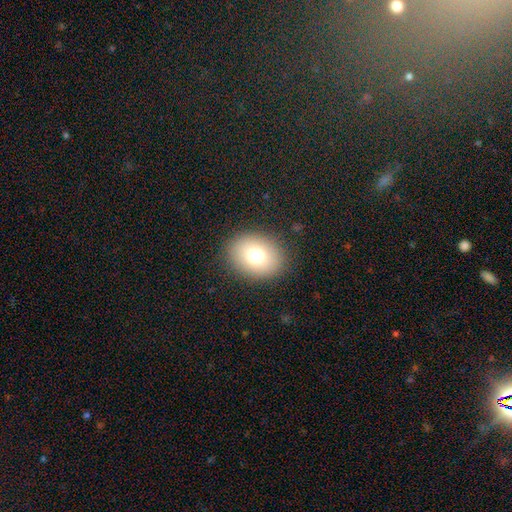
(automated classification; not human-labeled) smooth_or_featured: smooth (p=0.76) [alt: featured or disk p=0.12]
how_rounded: in between (p=0.54) [alt: round p=0.45]
merging: none (p=0.88) [alt: minor disturbance p=0.08]